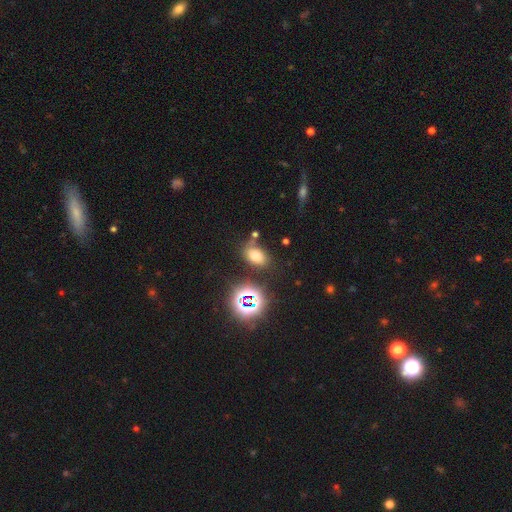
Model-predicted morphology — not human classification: smooth-or-featured: smooth: 67% | star or artifact: 22% | featured or disk: 11%
  how-rounded: in between: 81% | round: 17% | cigar-shaped: 2%
  merging: none: 70% | minor disturbance: 15% | merger: 10% | major disturbance: 5%